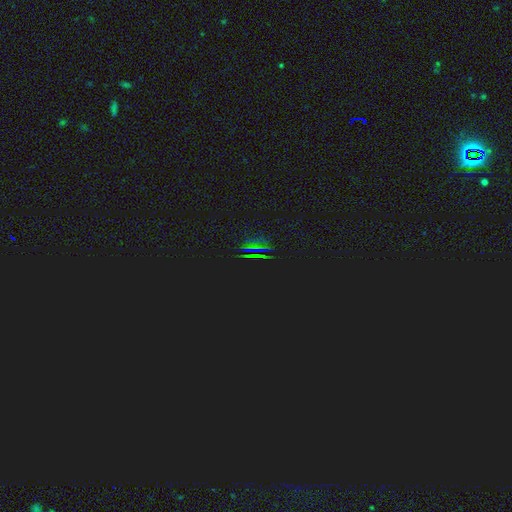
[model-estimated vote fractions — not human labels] Overall: star or artifact (77%).